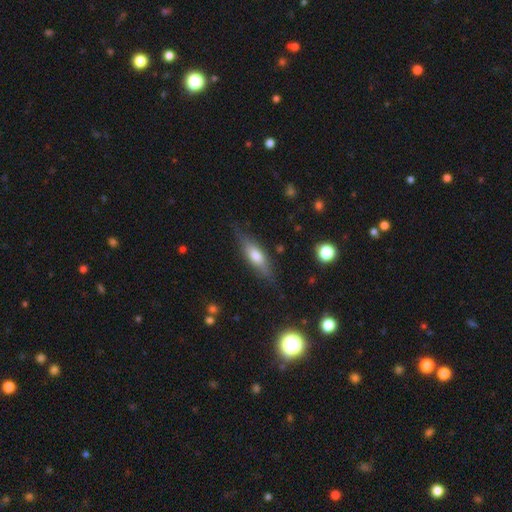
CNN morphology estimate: Q: Smooth or featured?
A: smooth (55%); runner-up: featured or disk (38%)
Q: How rounded?
A: cigar-shaped (55%); runner-up: in between (42%)
Q: Merging?
A: none (78%); runner-up: minor disturbance (16%)